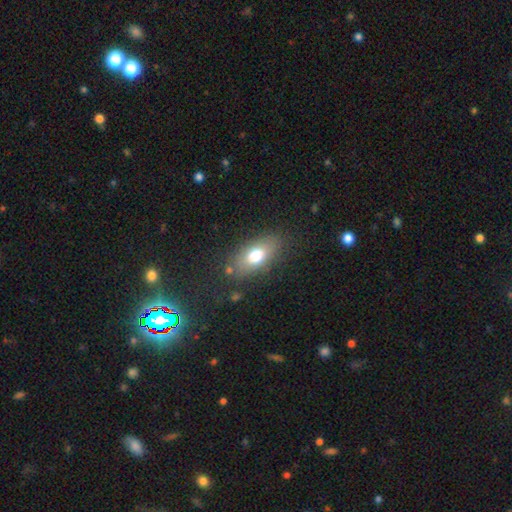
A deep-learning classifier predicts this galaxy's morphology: Q: Smooth or featured?
A: smooth (71%); runner-up: featured or disk (20%)
Q: How rounded?
A: in between (84%); runner-up: round (9%)
Q: Merging?
A: none (79%); runner-up: minor disturbance (13%)